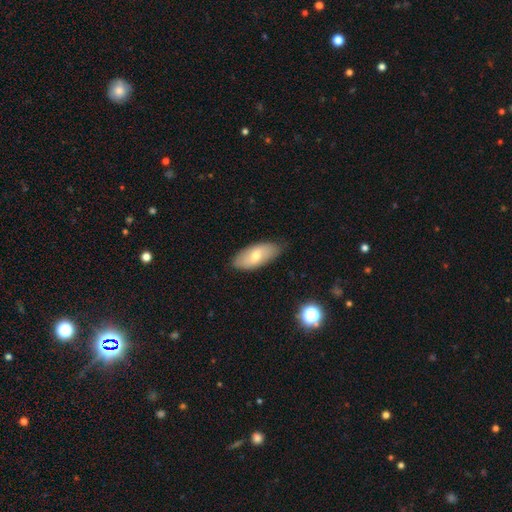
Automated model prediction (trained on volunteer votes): This appears to be a smooth galaxy with no disk features (61%) that is in between round and cigar-shaped (89%). Merging: none (83%).